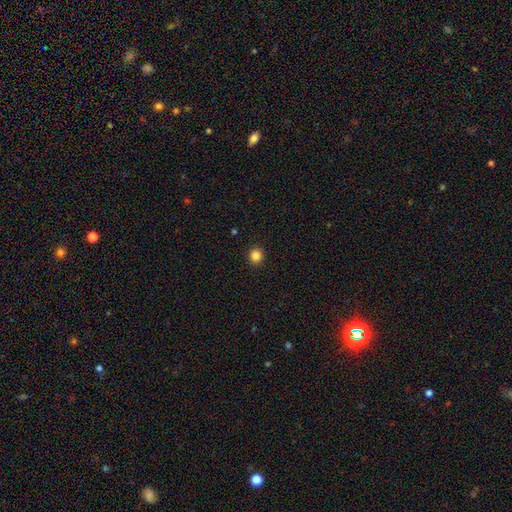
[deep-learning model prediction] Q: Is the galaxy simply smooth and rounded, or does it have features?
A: smooth — 85%.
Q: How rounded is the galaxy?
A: round — 92%.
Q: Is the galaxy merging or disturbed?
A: none — 93%.